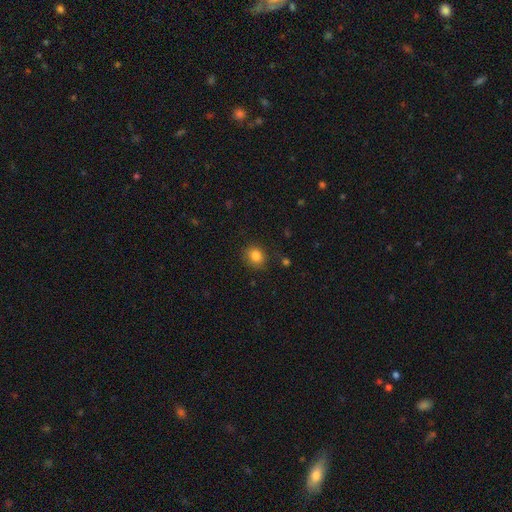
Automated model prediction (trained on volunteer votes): Morphology: type=smooth (83%); roundness=round (71%); merging=none (83%).